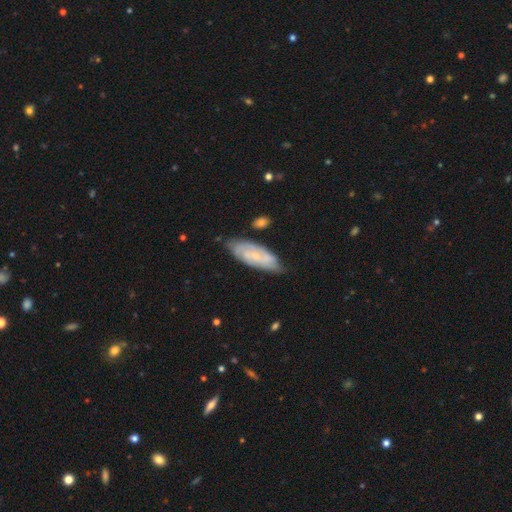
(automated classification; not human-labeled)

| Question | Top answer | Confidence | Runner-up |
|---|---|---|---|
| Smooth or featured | featured or disk | 65% | smooth (29%) |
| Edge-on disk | no | 87% | yes (13%) |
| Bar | no | 64% | weak (29%) |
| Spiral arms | yes | 86% | no (14%) |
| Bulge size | small | 72% | moderate (20%) |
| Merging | none | 70% | minor disturbance (22%) |